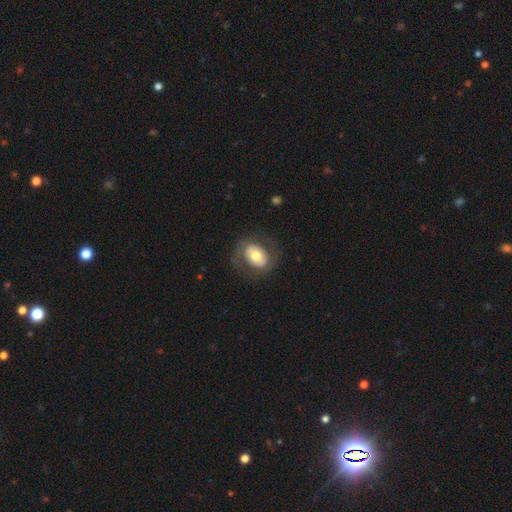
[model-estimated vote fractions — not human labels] Morphology: type=smooth (57%); roundness=in between (68%); merging=none (74%).